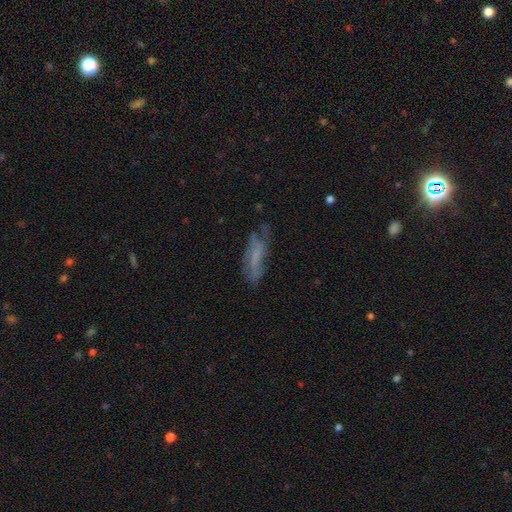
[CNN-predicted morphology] A smooth galaxy with no disk features (47%).

Vote fractions:
- Smooth or featured? smooth: 47% / featured or disk: 41% / star or artifact: 11%
- Merging? none: 57% / minor disturbance: 27% / major disturbance: 14% / merger: 3%